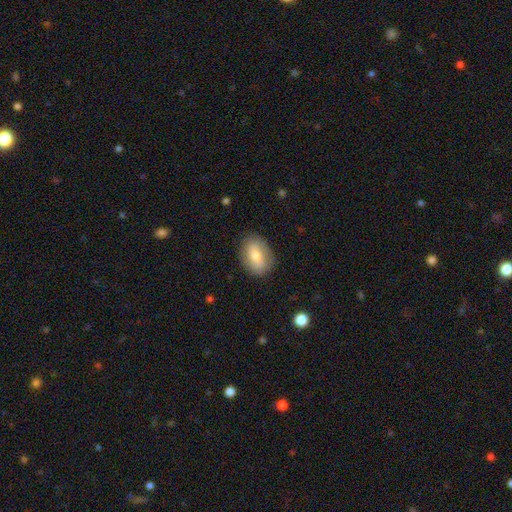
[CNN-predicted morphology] Smooth or featured? smooth (68%)
How rounded? in between (80%)
Merging? none (83%)